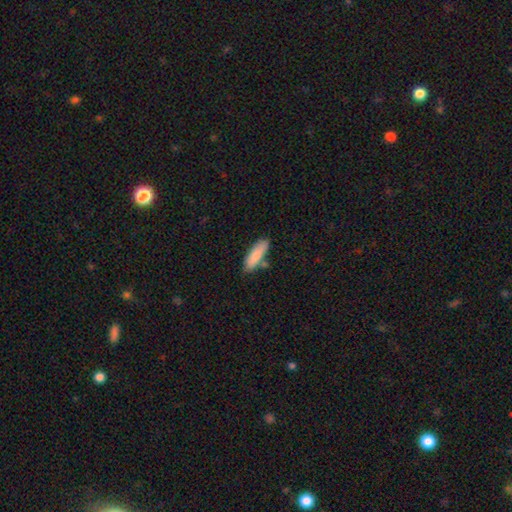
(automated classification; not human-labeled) Smooth or featured?
  - smooth: 86% *
  - featured or disk: 8%
  - star or artifact: 6%
How rounded?
  - in between: 53% *
  - cigar-shaped: 45%
  - round: 2%
Merging?
  - none: 72% *
  - minor disturbance: 16%
  - merger: 9%
  - major disturbance: 3%